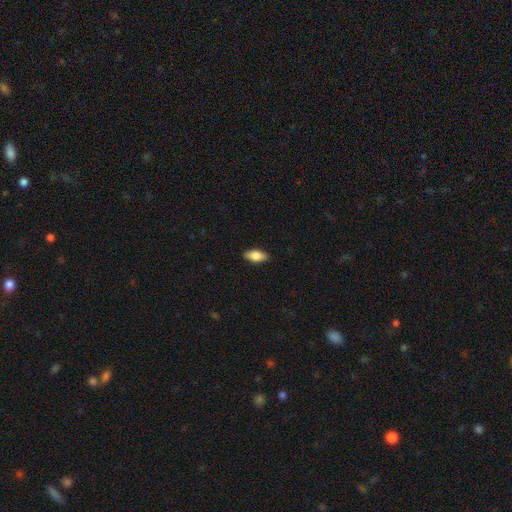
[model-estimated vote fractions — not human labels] The model was most divided on "smooth or featured": smooth: 81%, featured or disk: 13%, star or artifact: 6%. More confident: merging — none (89%); how rounded — in between (88%).